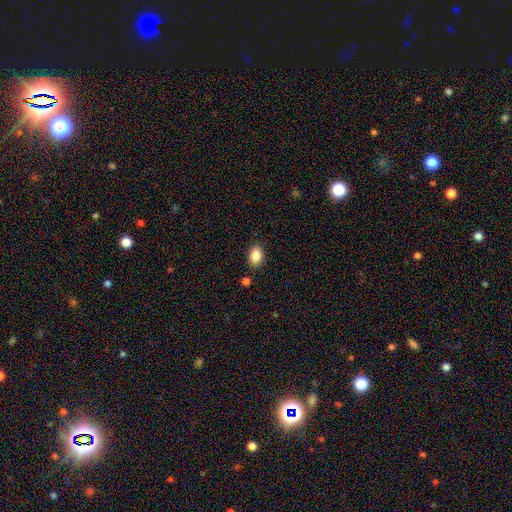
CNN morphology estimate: A smooth galaxy with no disk features (85%) that is in between round and cigar-shaped (85%).

Vote fractions:
- Smooth or featured? smooth: 85% / star or artifact: 8% / featured or disk: 6%
- How rounded? in between: 85% / round: 14% / cigar-shaped: 1%
- Merging? none: 86% / minor disturbance: 9% / merger: 3% / major disturbance: 2%